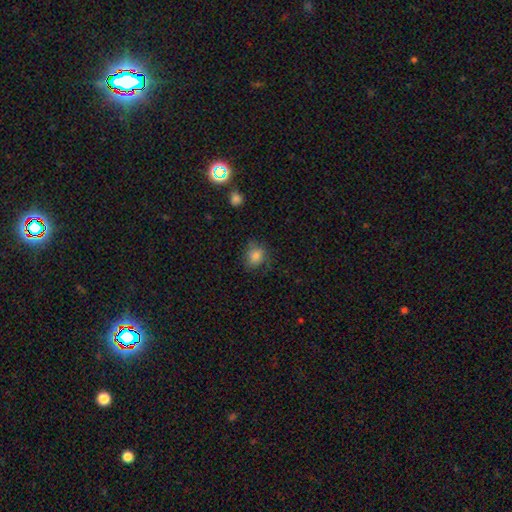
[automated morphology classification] smooth-or-featured: smooth: 79% | featured or disk: 11% | star or artifact: 10%
  how-rounded: round: 58% | in between: 41% | cigar-shaped: 1%
  merging: none: 66% | minor disturbance: 24% | major disturbance: 9% | merger: 2%